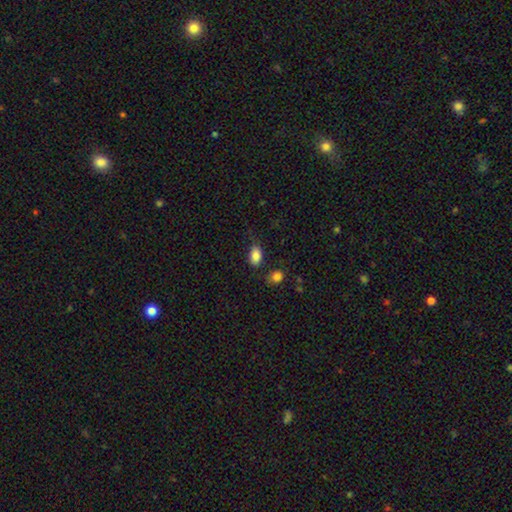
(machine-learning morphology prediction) Smooth or featured? Predicted: smooth (p=0.86). How rounded? Predicted: in between (p=0.88). Merging? Predicted: none (p=0.73).